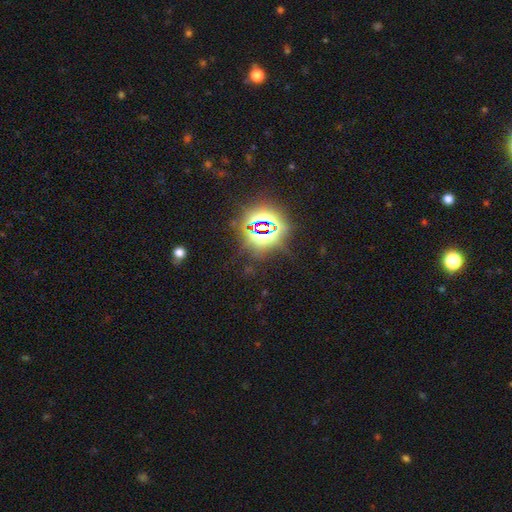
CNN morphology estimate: smooth_or_featured: star or artifact (p=0.83) [alt: smooth p=0.11]